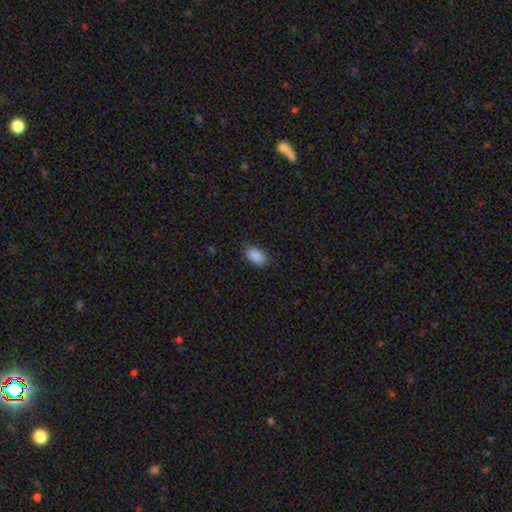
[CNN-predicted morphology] type=smooth (90%); roundness=in between (92%); merging=none (85%).